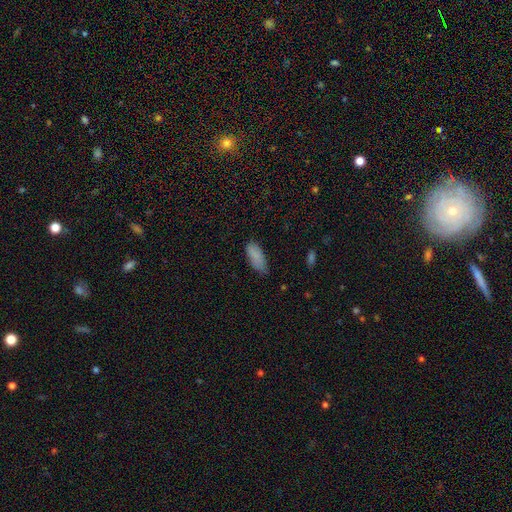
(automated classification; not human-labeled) Q: Smooth or featured?
A: smooth (86%); runner-up: star or artifact (8%)
Q: How rounded?
A: in between (82%); runner-up: cigar-shaped (16%)
Q: Merging?
A: none (59%); runner-up: minor disturbance (33%)